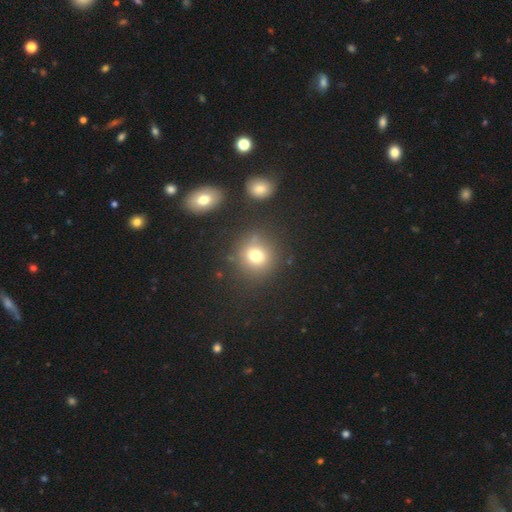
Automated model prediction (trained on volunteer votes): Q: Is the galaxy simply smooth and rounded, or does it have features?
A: smooth — 73%.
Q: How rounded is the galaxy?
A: round — 85%.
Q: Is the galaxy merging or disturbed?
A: none — 79%.